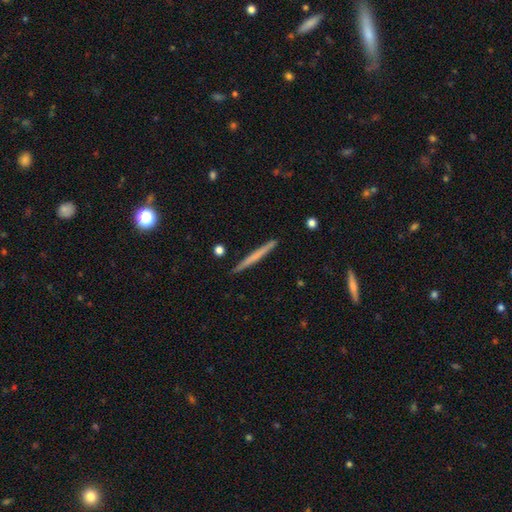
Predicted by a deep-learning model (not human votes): The model was most divided on "smooth or featured": smooth: 53%, featured or disk: 41%, star or artifact: 5%. More confident: how rounded — cigar-shaped (97%); merging — none (91%).